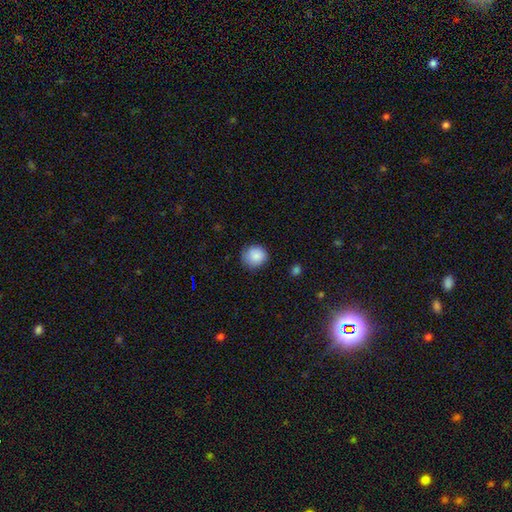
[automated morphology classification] This is clearly a smooth galaxy (86%). How rounded: clearly round (88%). Merging: likely none (79%).